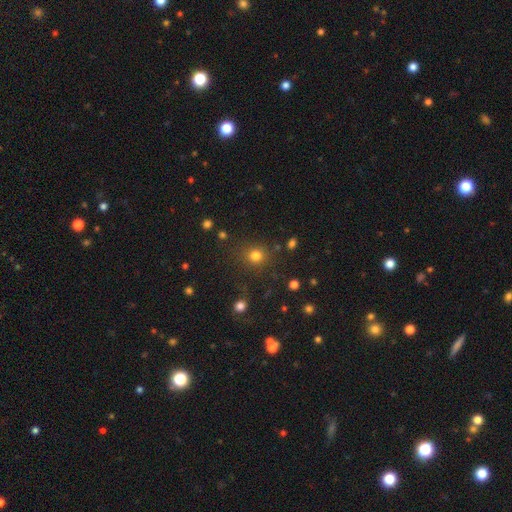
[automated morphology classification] Overall: smooth (78%). How rounded: round (88%). Merging: none (83%).